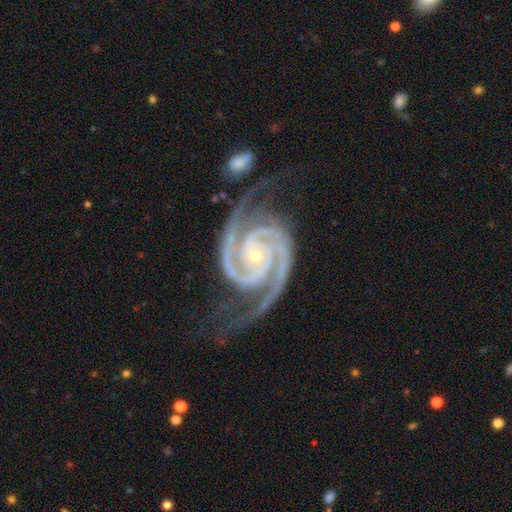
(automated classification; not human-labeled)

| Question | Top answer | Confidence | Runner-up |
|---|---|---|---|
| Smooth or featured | featured or disk | 95% | star or artifact (4%) |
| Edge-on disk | no | 98% | yes (2%) |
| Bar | no | 66% | weak (19%) |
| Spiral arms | yes | 99% | no (1%) |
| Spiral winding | tight | 63% | medium (33%) |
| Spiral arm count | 2 | 81% | 3 (9%) |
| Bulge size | small | 75% | moderate (23%) |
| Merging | none | 64% | minor disturbance (21%) |